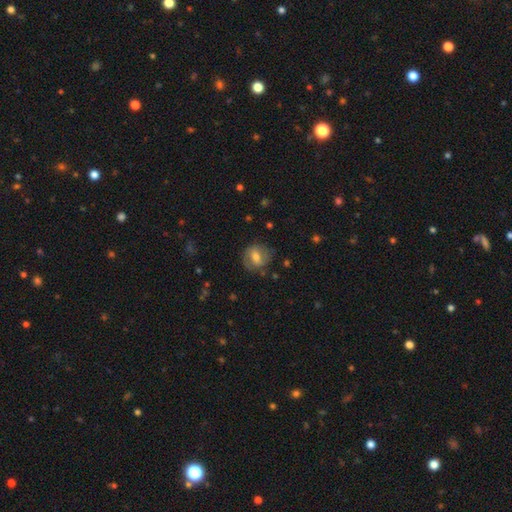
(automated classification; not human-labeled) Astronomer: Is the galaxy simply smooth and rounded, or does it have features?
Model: smooth — 46%, tied with featured or disk at 46%.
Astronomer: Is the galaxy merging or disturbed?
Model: none — 72%.